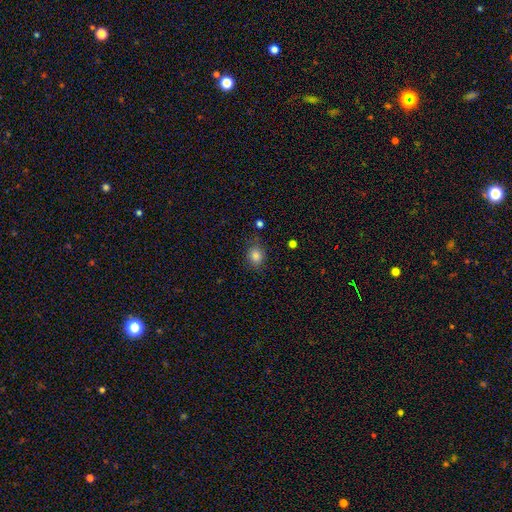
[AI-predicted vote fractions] This is clearly a smooth galaxy (84%). How rounded: likely round (66%). Merging: likely none (77%).